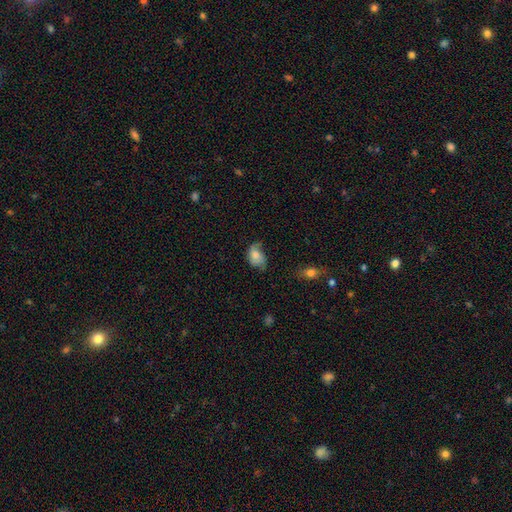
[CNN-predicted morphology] type=smooth (63%); roundness=in between (80%); merging=none (40%).